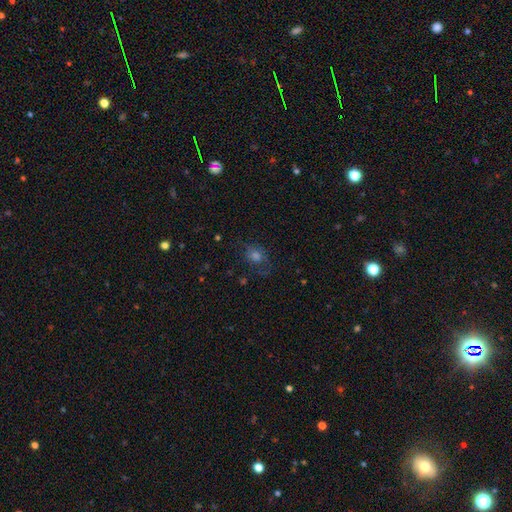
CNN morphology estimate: A smooth galaxy with no disk features (51%) that is round (59%). Merging: none (62%).